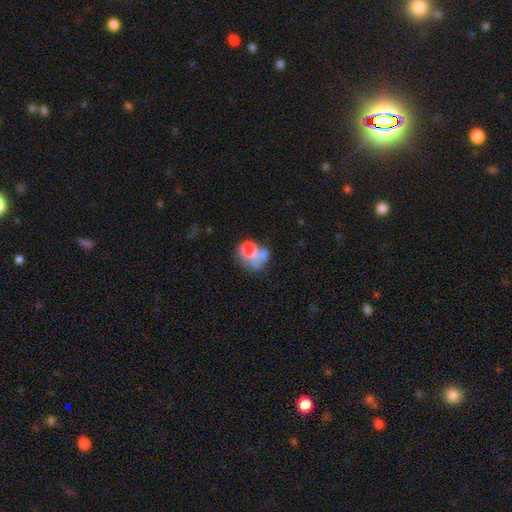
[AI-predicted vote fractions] Morphology: type=smooth (63%); roundness=in between (61%); merging=merger (38%).